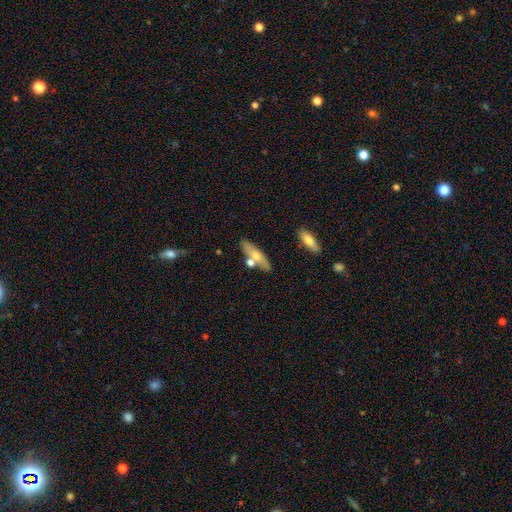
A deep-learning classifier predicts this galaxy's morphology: The model was most divided on "smooth or featured": smooth: 58%, featured or disk: 35%, star or artifact: 7%. More confident: merging — none (69%); how rounded — cigar-shaped (61%).